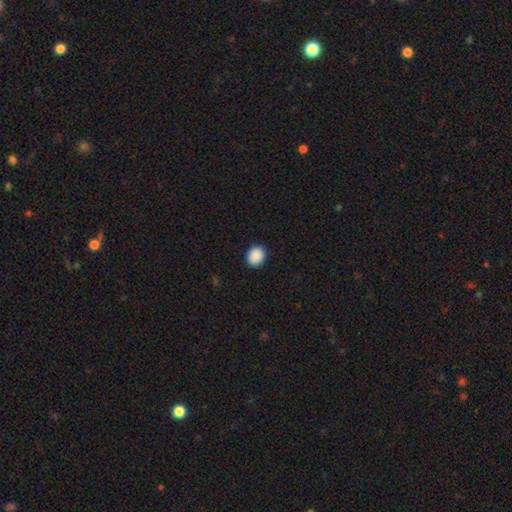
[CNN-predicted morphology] type=smooth (90%); roundness=round (67%); merging=none (91%).